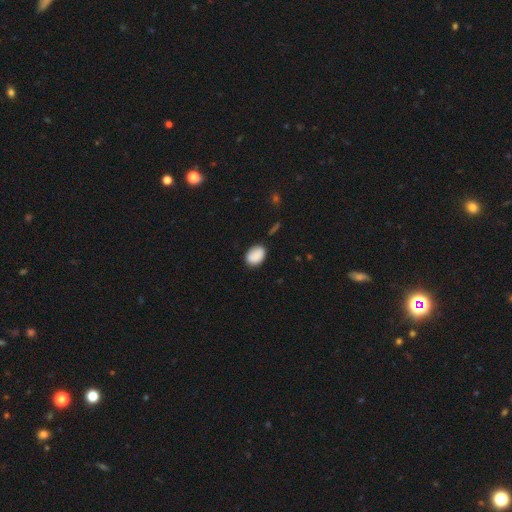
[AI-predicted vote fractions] This is clearly a smooth galaxy (88%). How rounded: clearly in between (80%). Merging: likely none (78%).